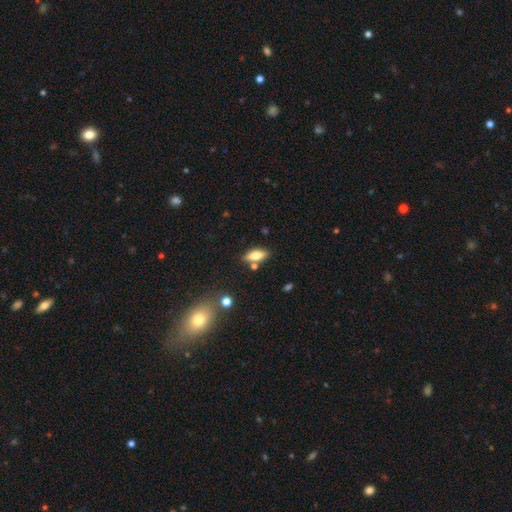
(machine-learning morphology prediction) smooth-or-featured: smooth: 71% | featured or disk: 20% | star or artifact: 8%
  how-rounded: in between: 75% | cigar-shaped: 22% | round: 3%
  merging: none: 75% | minor disturbance: 13% | merger: 8% | major disturbance: 3%